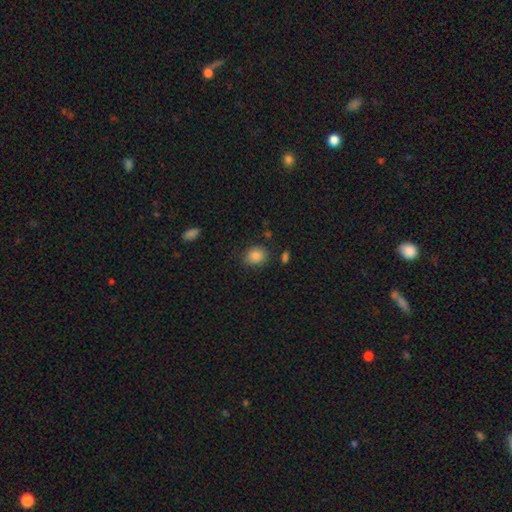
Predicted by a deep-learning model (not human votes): A smooth galaxy with no disk features (86%) that is round (62%). Merging: none (81%).